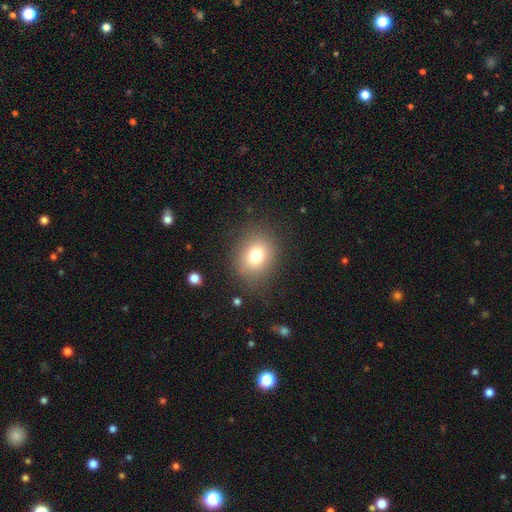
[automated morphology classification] Q: Smooth or featured?
A: smooth (77%); runner-up: star or artifact (12%)
Q: How rounded?
A: round (59%); runner-up: in between (40%)
Q: Merging?
A: none (83%); runner-up: minor disturbance (11%)